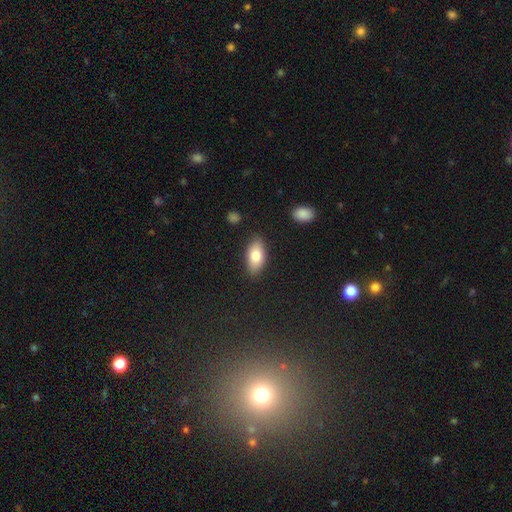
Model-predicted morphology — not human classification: Smooth or featured?
  - smooth: 79% *
  - featured or disk: 14%
  - star or artifact: 7%
How rounded?
  - in between: 90% *
  - cigar-shaped: 6%
  - round: 3%
Merging?
  - none: 85% *
  - minor disturbance: 11%
  - major disturbance: 3%
  - merger: 2%